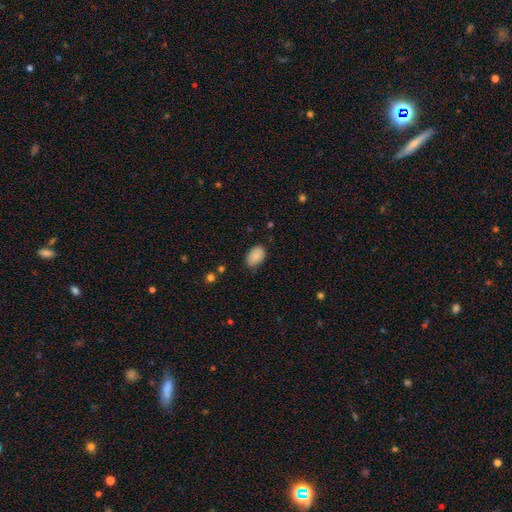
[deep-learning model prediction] This appears to be a smooth galaxy with no disk features (87%) that is in between round and cigar-shaped (88%). Merging: none (76%).